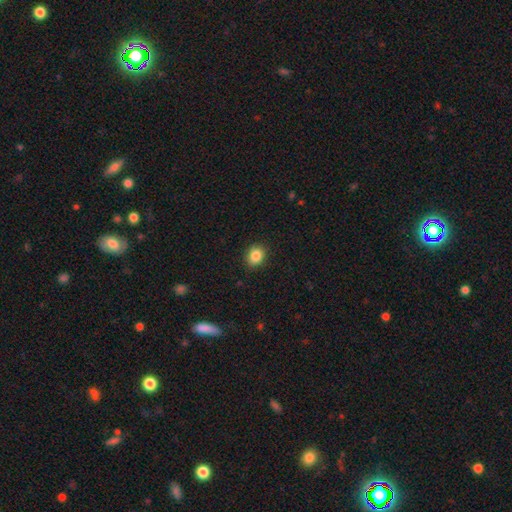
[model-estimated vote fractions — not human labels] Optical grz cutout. It shows a smooth galaxy with no disk features (86%) that is round (50%). Merging: none (87%).